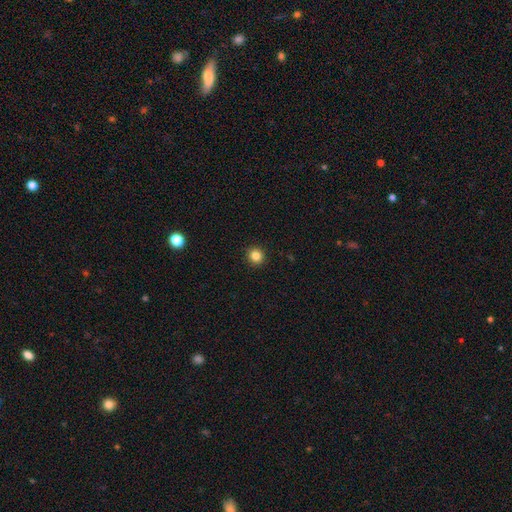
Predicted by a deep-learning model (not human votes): A smooth galaxy with no disk features (84%) that is round (93%).

Vote fractions:
- Smooth or featured? smooth: 84% / star or artifact: 12% / featured or disk: 4%
- How rounded? round: 93% / in between: 6% / cigar-shaped: 1%
- Merging? none: 93% / minor disturbance: 5% / major disturbance: 1% / merger: 1%